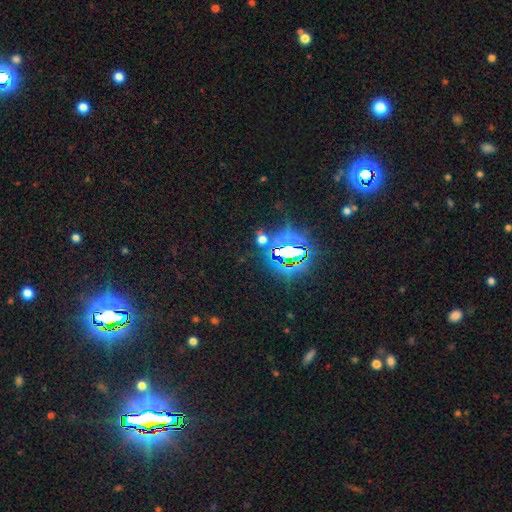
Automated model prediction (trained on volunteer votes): Smooth or featured?
  - star or artifact: 84% *
  - smooth: 9%
  - featured or disk: 7%